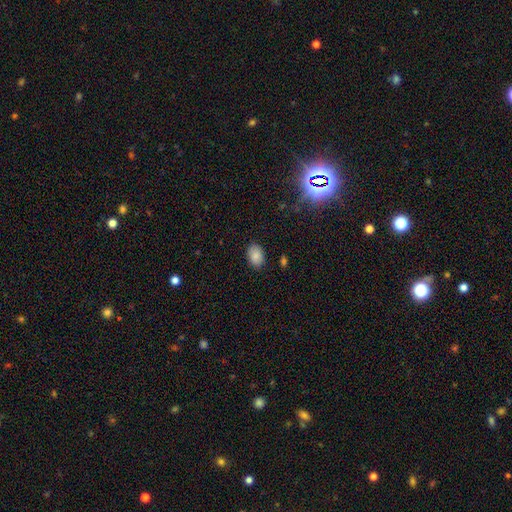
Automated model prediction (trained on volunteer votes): Q: Smooth or featured?
A: smooth (85%); runner-up: star or artifact (9%)
Q: How rounded?
A: in between (85%); runner-up: round (14%)
Q: Merging?
A: none (85%); runner-up: minor disturbance (11%)